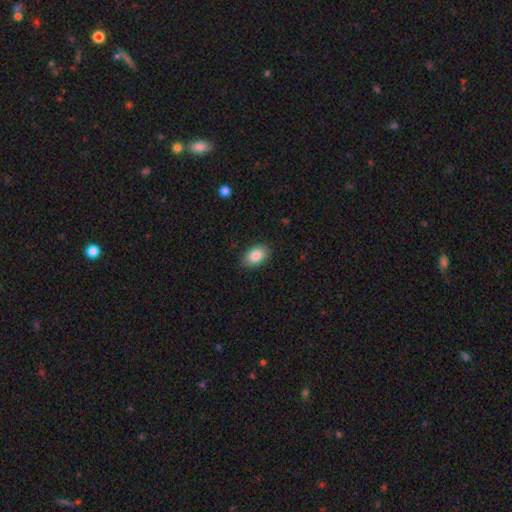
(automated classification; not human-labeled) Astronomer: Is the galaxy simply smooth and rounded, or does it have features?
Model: smooth — 86%.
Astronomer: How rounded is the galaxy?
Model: in between — 86%.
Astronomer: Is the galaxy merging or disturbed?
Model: none — 86%.